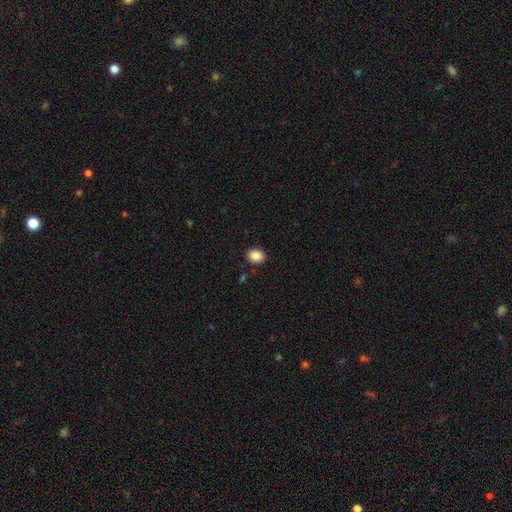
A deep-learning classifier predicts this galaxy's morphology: The model was most divided on "how rounded": in between: 55%, round: 44%, cigar-shaped: 1%. More confident: merging — none (89%); smooth or featured — smooth (88%).